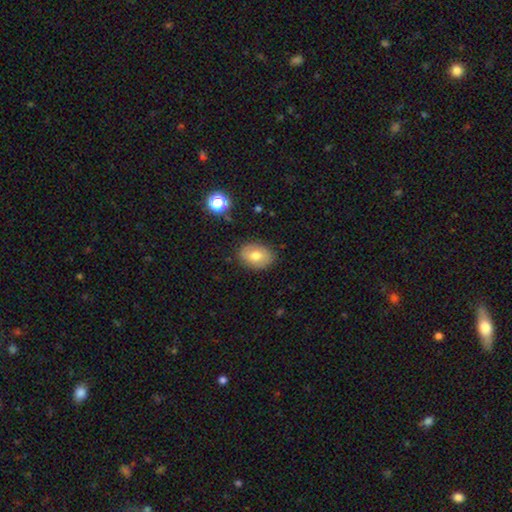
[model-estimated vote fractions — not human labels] Smooth or featured?
  - smooth: 68% *
  - featured or disk: 23%
  - star or artifact: 9%
How rounded?
  - in between: 70% *
  - round: 29%
  - cigar-shaped: 1%
Merging?
  - none: 84% *
  - minor disturbance: 12%
  - major disturbance: 3%
  - merger: 1%